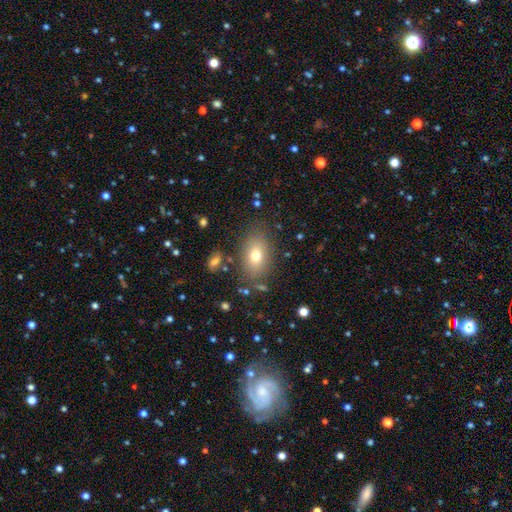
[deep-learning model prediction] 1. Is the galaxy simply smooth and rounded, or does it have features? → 73% smooth, 16% featured or disk, 11% star or artifact.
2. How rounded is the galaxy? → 83% in between, 15% round, 2% cigar-shaped.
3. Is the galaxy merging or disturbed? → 80% none, 12% minor disturbance, 5% major disturbance, 3% merger.